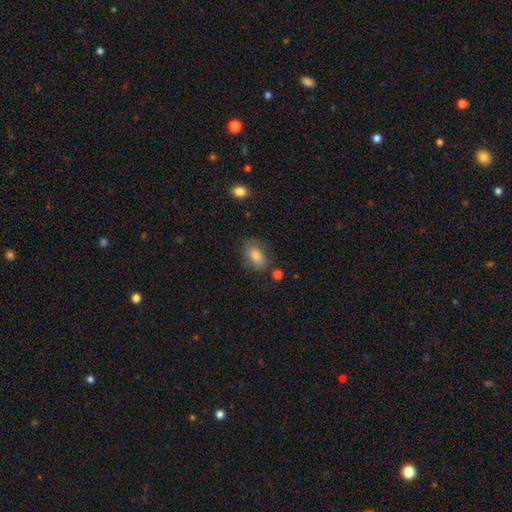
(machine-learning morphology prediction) Overall: smooth (75%). How rounded: in between (85%). Merging: none (71%).